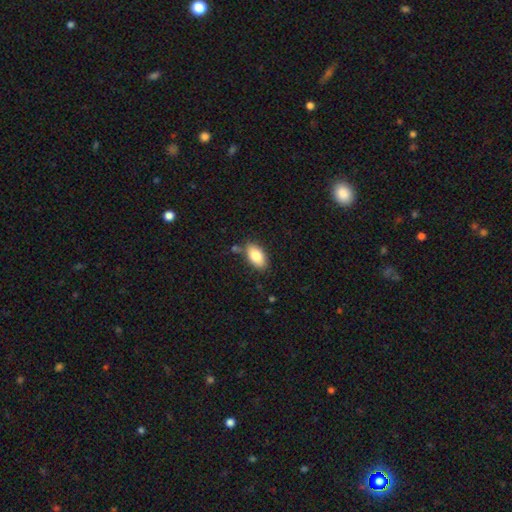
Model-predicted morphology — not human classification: Smooth or featured? smooth (81%)
How rounded? in between (92%)
Merging? none (79%)